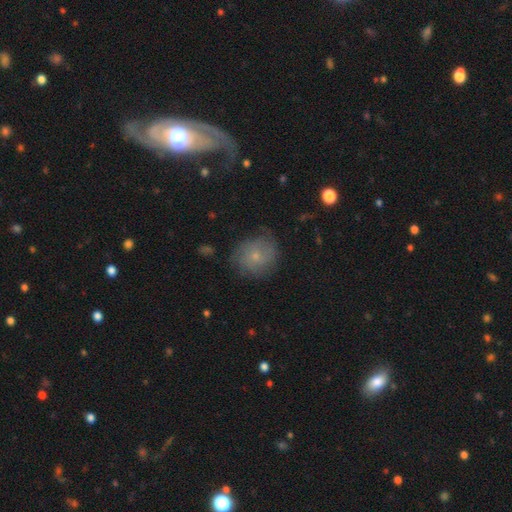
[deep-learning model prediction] Q: Smooth or featured?
A: smooth (55%); runner-up: featured or disk (34%)
Q: How rounded?
A: round (79%); runner-up: in between (20%)
Q: Merging?
A: none (68%); runner-up: minor disturbance (22%)